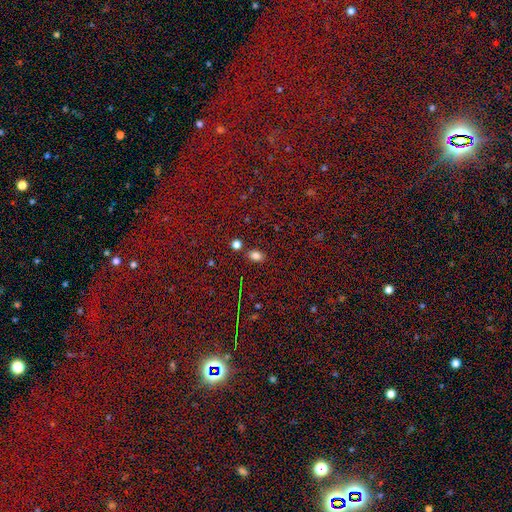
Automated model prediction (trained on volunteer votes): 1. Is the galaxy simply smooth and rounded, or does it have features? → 78% smooth, 15% star or artifact, 6% featured or disk.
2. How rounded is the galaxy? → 82% in between, 16% round, 2% cigar-shaped.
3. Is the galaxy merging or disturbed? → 83% none, 9% minor disturbance, 5% merger, 3% major disturbance.